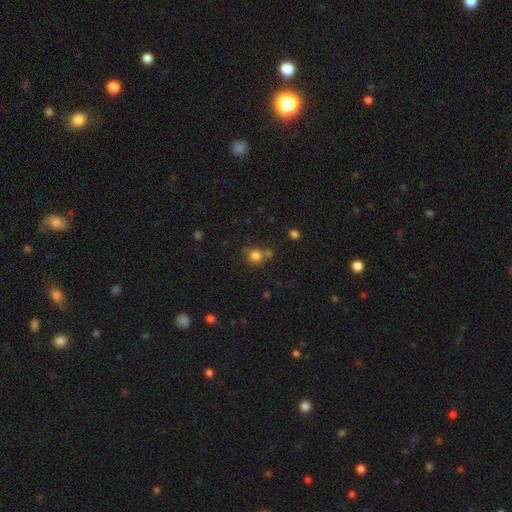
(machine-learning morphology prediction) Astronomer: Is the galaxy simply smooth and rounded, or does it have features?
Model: smooth — 80%.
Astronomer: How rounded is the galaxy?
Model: round — 84%.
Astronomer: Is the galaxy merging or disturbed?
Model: none — 61%.